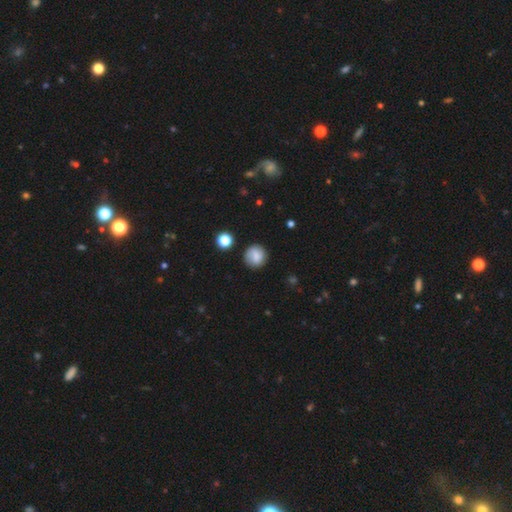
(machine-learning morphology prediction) Smooth or featured? Predicted: smooth (p=0.76). How rounded? Predicted: round (p=0.89). Merging? Predicted: none (p=0.80).